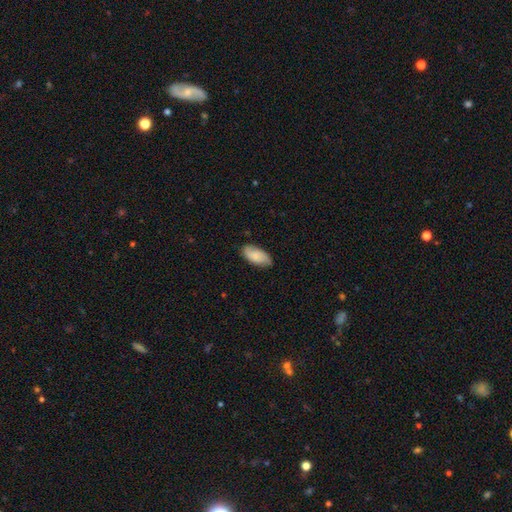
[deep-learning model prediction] Morphology: type=smooth (78%); roundness=in between (90%); merging=none (77%).